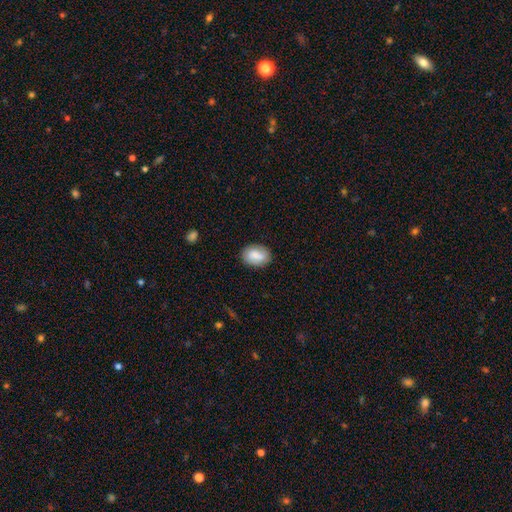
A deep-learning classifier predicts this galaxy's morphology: This is likely a smooth galaxy (79%). How rounded: likely in between (79%). Merging: clearly none (84%).